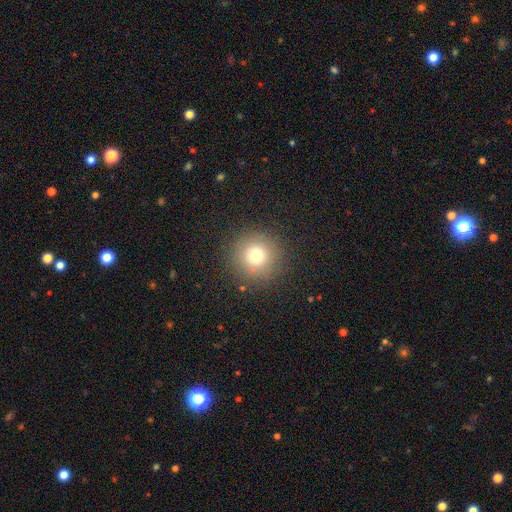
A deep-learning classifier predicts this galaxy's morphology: Smooth or featured? smooth (75%)
How rounded? round (96%)
Merging? none (89%)